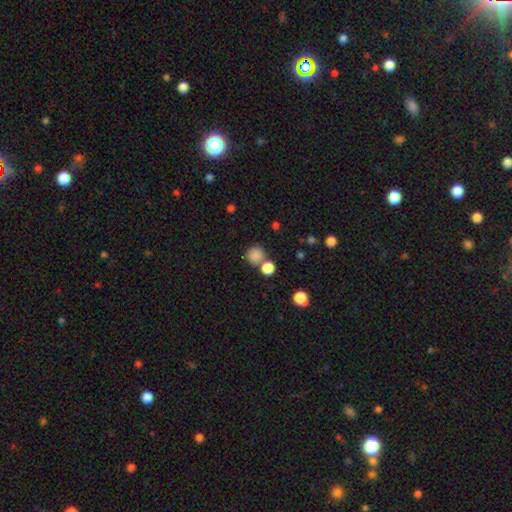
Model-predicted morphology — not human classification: Smooth or featured? smooth (84%)
How rounded? round (89%)
Merging? none (62%)